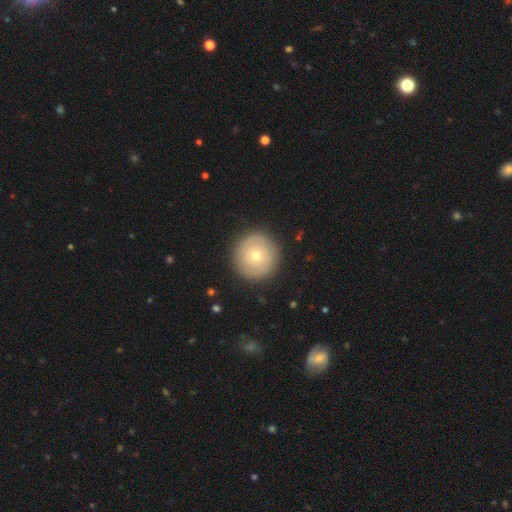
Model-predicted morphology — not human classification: Smooth or featured? smooth (57%)
How rounded? round (95%)
Merging? none (91%)